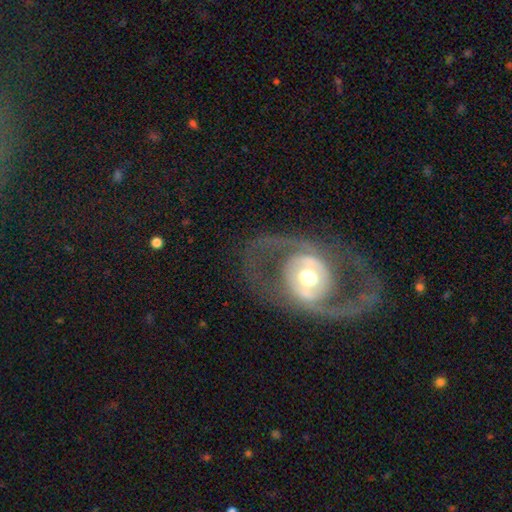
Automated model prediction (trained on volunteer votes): A featured or disk galaxy (86%) with no bar (57%), 2 (91%) medium (54%) spiral arms (87%) and a moderate central bulge (61%).

Vote fractions:
- Smooth or featured? featured or disk: 86% / smooth: 7% / star or artifact: 7%
- Edge-on disk? no: 96% / yes: 4%
- Bar? no: 57% / weak: 26% / strong: 17%
- Spiral arms? yes: 87% / no: 13%
- Spiral winding? medium: 54% / loose: 24% / tight: 22%
- Spiral arm count? 2: 91% / can't tell: 3% / 1: 2% / 3: 1% / 4: 1% / more than 4: 1%
- Bulge size? moderate: 61% / small: 23% / large: 13% / dominant: 2% / none: 1%
- Merging? none: 77% / minor disturbance: 11% / major disturbance: 10% / merger: 2%